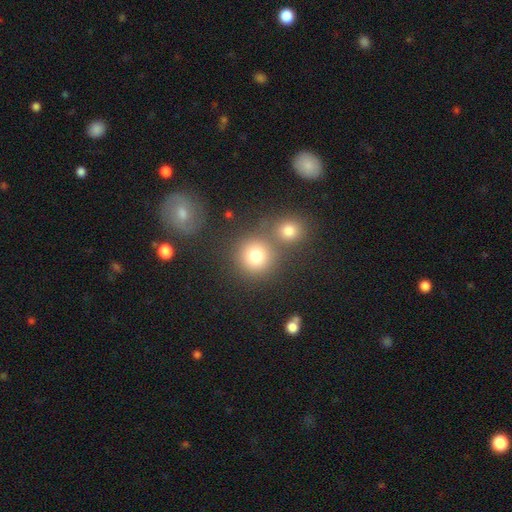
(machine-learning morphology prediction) Smooth or featured: smooth — 79% (star or artifact — 13%)
How rounded: round — 90% (in between — 9%)
Merging: none — 62% (merger — 27%)